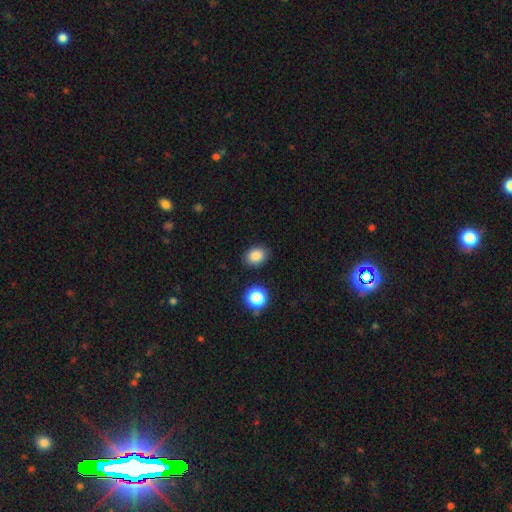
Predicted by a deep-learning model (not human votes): smooth_or_featured: smooth (p=0.85) [alt: star or artifact p=0.11]
how_rounded: in between (p=0.61) [alt: round p=0.38]
merging: none (p=0.86) [alt: minor disturbance p=0.09]